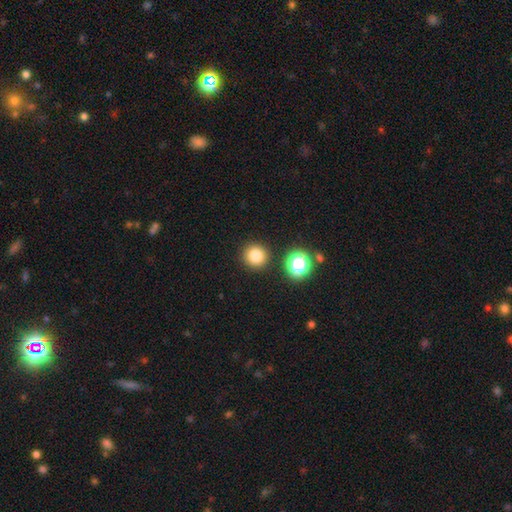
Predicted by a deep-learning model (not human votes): smooth_or_featured: smooth (p=0.79) [alt: star or artifact p=0.15]
how_rounded: round (p=0.94) [alt: in between p=0.05]
merging: none (p=0.88) [alt: minor disturbance p=0.06]